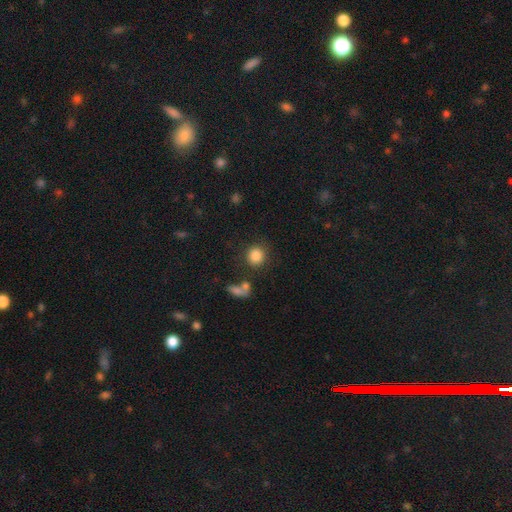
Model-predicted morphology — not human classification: smooth-or-featured: smooth: 84% | star or artifact: 10% | featured or disk: 6%
  how-rounded: round: 88% | in between: 11% | cigar-shaped: 1%
  merging: none: 81% | minor disturbance: 9% | merger: 6% | major disturbance: 4%